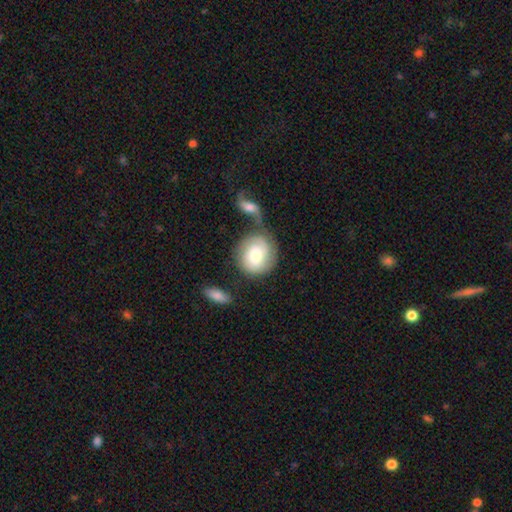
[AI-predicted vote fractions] A featured or disk galaxy (50%).

Vote fractions:
- Smooth or featured? featured or disk: 50% / smooth: 43% / star or artifact: 6%
- Edge-on disk? no: 96% / yes: 4%
- Merging? none: 46% / merger: 31% / minor disturbance: 15% / major disturbance: 8%